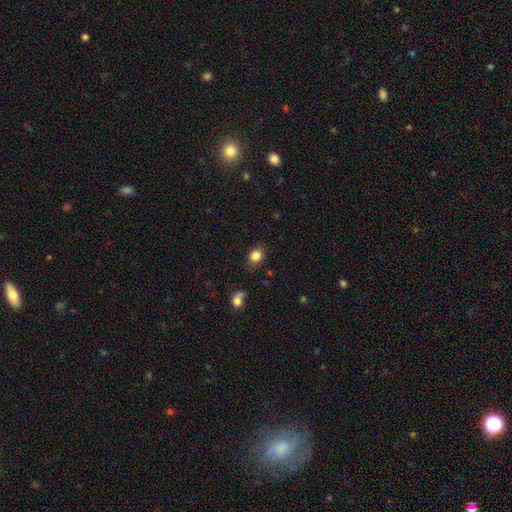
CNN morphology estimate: Overall: smooth (84%). How rounded: round (56%; in between 42%). Merging: none (83%).